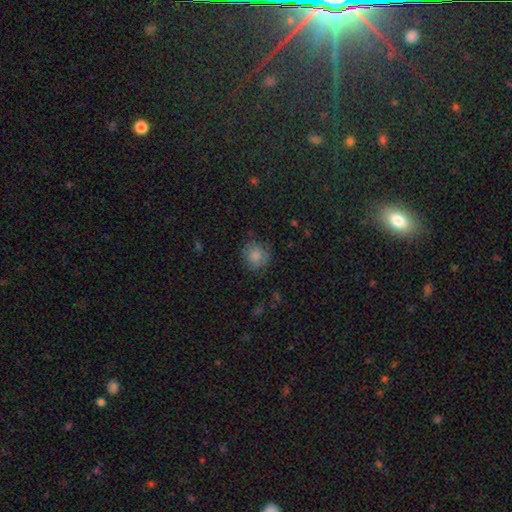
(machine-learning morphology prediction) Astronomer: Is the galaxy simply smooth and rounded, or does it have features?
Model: smooth — 80%.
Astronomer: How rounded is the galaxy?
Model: round — 88%.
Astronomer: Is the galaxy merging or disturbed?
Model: none — 72%.